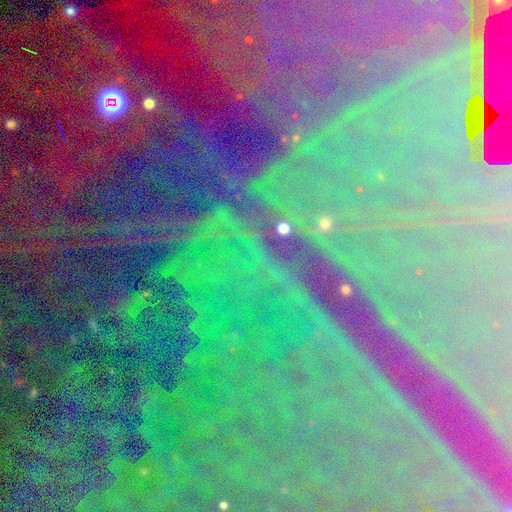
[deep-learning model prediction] Smooth or featured: star or artifact — 86% (featured or disk — 8%)